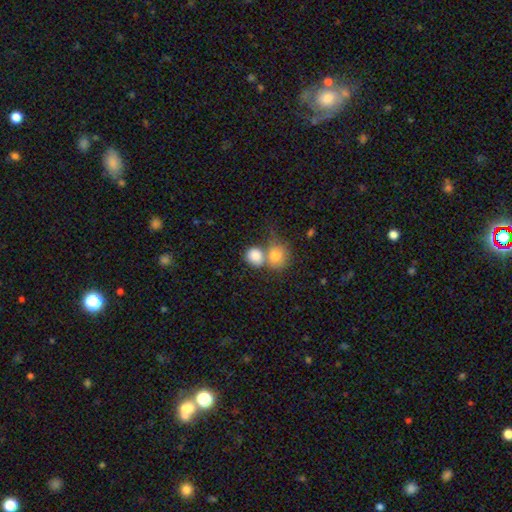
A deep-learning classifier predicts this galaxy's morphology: A smooth galaxy with no disk features (83%) that is round (69%).

Vote fractions:
- Smooth or featured? smooth: 83% / featured or disk: 9% / star or artifact: 8%
- How rounded? round: 69% / in between: 30% / cigar-shaped: 1%
- Merging? merger: 55% / none: 32% / minor disturbance: 8% / major disturbance: 4%